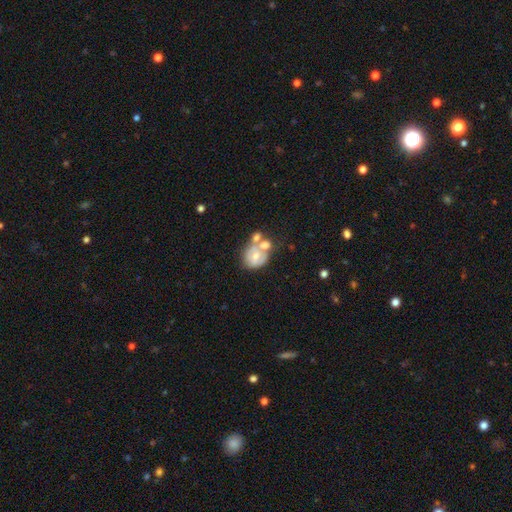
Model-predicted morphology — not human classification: Overall: featured or disk (50%; smooth 42%). Merging: merger (51%; none 24%).